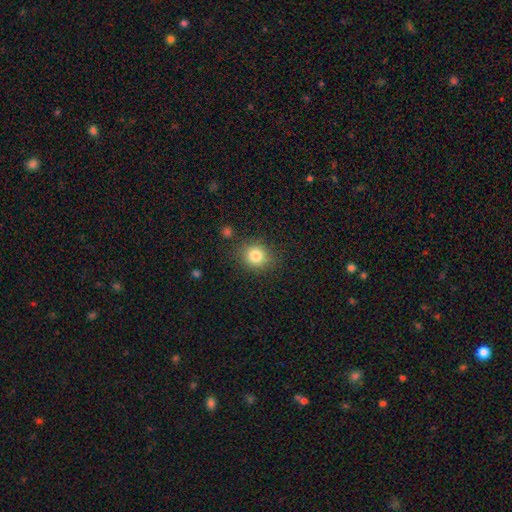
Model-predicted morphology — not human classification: This appears to be a smooth galaxy with no disk features (81%) that is round (82%). Merging: none (84%).